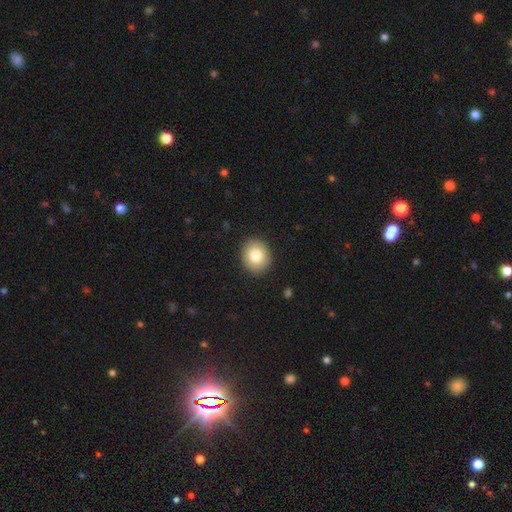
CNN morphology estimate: Overall: smooth (82%). How rounded: round (70%). Merging: none (90%).